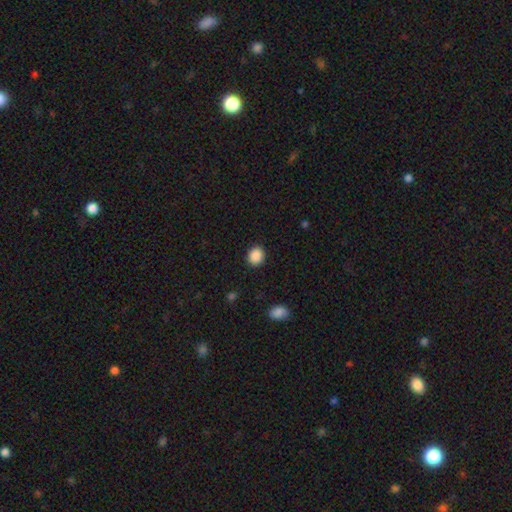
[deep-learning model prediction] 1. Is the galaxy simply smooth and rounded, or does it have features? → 89% smooth, 8% star or artifact, 3% featured or disk.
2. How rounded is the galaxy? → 71% round, 28% in between, 1% cigar-shaped.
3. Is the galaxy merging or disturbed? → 91% none, 6% minor disturbance, 2% major disturbance, 1% merger.